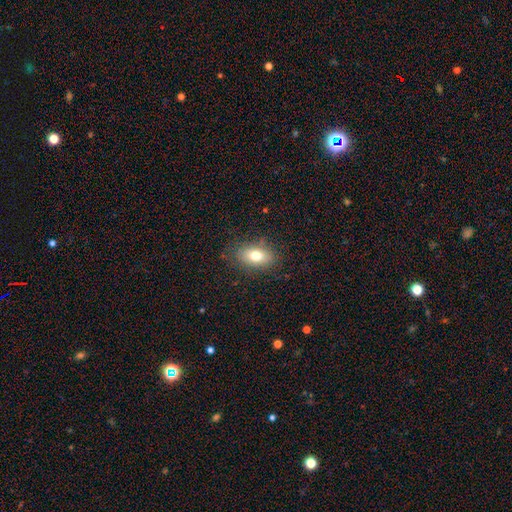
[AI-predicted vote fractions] This appears to be a smooth galaxy with no disk features (74%) that is in between round and cigar-shaped (85%). Merging: none (82%).